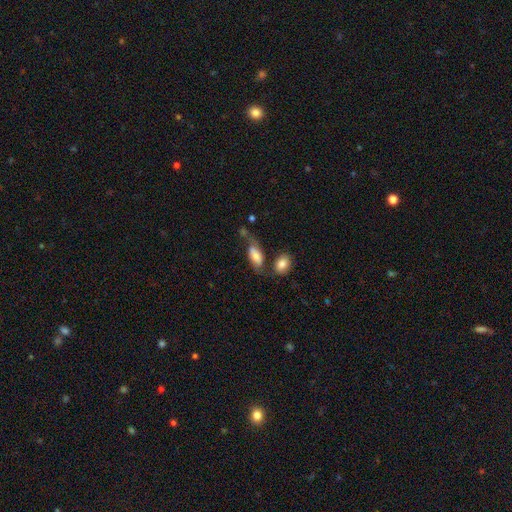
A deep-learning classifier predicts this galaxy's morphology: smooth_or_featured: smooth (p=0.66) [alt: featured or disk p=0.27]
how_rounded: in between (p=0.83) [alt: cigar-shaped p=0.12]
merging: none (p=0.46) [alt: minor disturbance p=0.23]